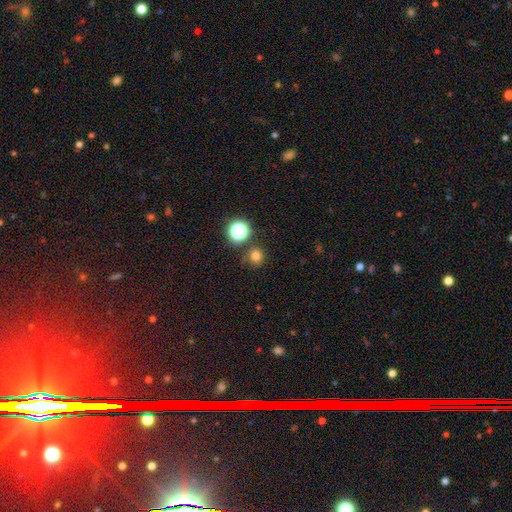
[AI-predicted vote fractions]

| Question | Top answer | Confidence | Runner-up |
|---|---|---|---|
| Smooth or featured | smooth | 74% | star or artifact (20%) |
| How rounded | round | 91% | in between (8%) |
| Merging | none | 81% | minor disturbance (9%) |